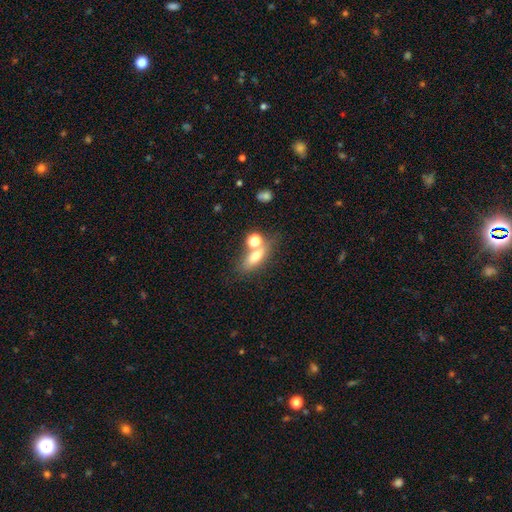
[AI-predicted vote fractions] Overall: smooth (67%). How rounded: in between (59%; cigar-shaped 24%). Merging: none (51%; merger 29%).